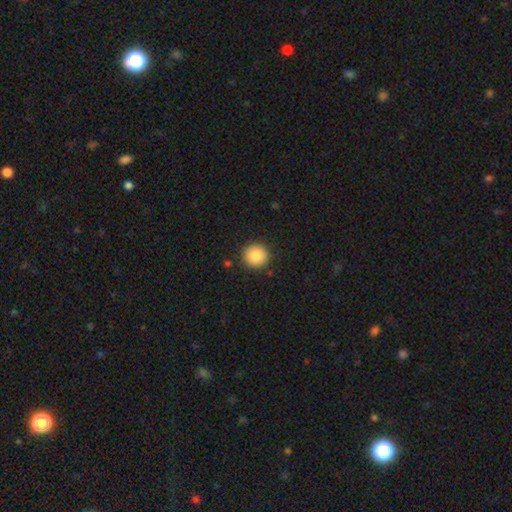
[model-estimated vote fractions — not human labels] Overall: smooth (87%). How rounded: round (92%). Merging: none (90%).